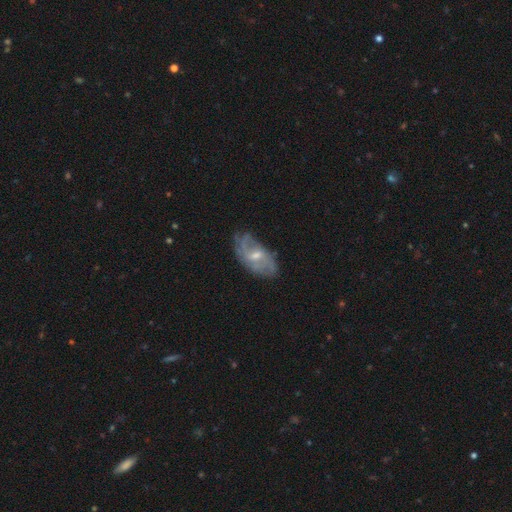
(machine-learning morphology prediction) A featured or disk galaxy (68%) with a weak bar (50%), spiral arms (77%) and a moderate central bulge (49%).

Vote fractions:
- Smooth or featured? featured or disk: 68% / smooth: 24% / star or artifact: 8%
- Edge-on disk? no: 93% / yes: 7%
- Bar? weak: 50% / no: 40% / strong: 10%
- Spiral arms? yes: 77% / no: 23%
- Bulge size? moderate: 49% / small: 45% / none: 3% / large: 2% / dominant: 1%
- Merging? none: 62% / minor disturbance: 26% / major disturbance: 10% / merger: 2%